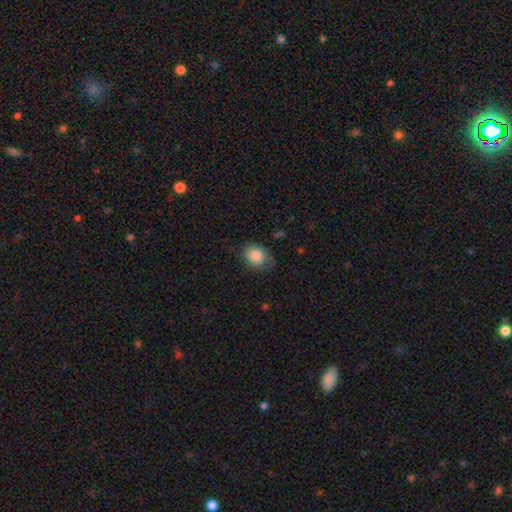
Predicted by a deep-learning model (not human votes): smooth 84%, featured or disk 8%, star or artifact 8%. Down the decision tree: how rounded — round (51%); merging — none (54%).